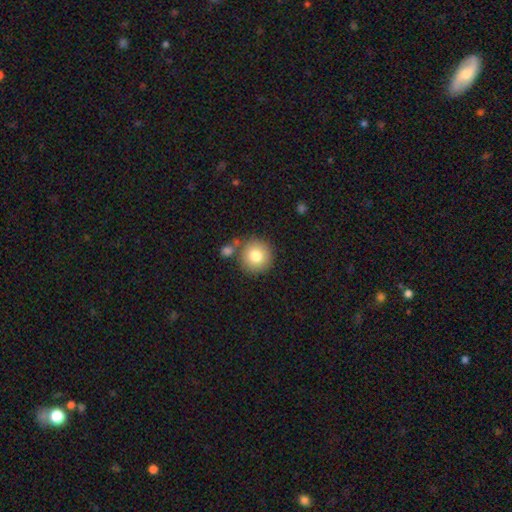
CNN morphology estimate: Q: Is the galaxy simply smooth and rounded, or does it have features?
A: smooth — 79%.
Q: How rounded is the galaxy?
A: round — 94%.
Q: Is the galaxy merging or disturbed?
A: none — 74%.